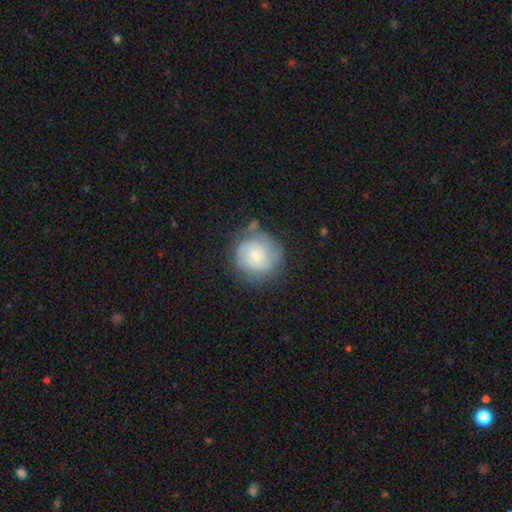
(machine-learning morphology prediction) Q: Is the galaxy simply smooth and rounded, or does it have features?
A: featured or disk — 62%.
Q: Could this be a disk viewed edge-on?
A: no — 98%.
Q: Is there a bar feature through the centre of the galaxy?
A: no — 68%.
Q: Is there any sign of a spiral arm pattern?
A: yes — 90%.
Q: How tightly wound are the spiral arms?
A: tight — 61%.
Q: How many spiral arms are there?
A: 2 — 41%.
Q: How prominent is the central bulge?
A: small — 53%.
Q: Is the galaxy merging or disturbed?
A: none — 69%.